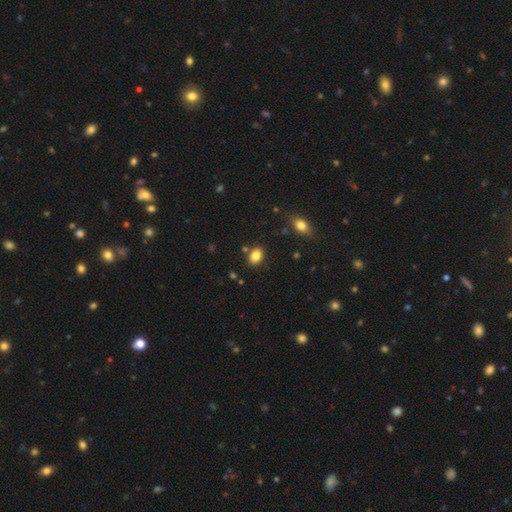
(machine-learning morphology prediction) This is clearly a smooth galaxy (85%). How rounded: likely in between (75%). Merging: clearly none (82%).